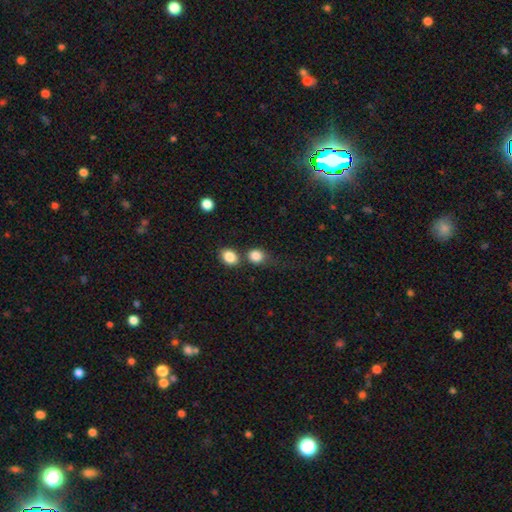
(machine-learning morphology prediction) This appears to be a smooth galaxy with no disk features (85%) that is round (70%). Merging: none (51%).